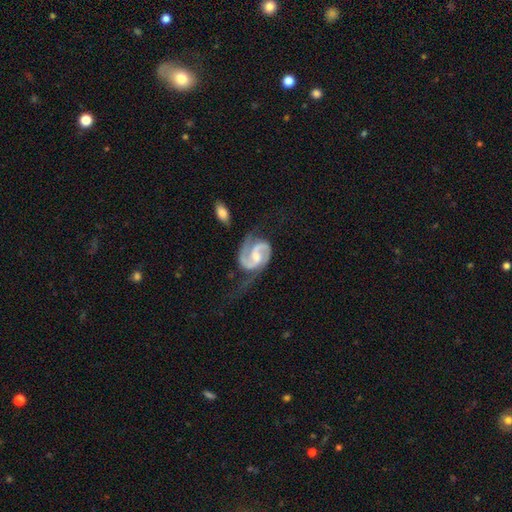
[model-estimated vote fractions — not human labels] A featured or disk galaxy (91%) with a weak bar (50%), 2 (92%) medium (55%) spiral arms (98%) and a moderate central bulge (41%). Merging: none (46%).